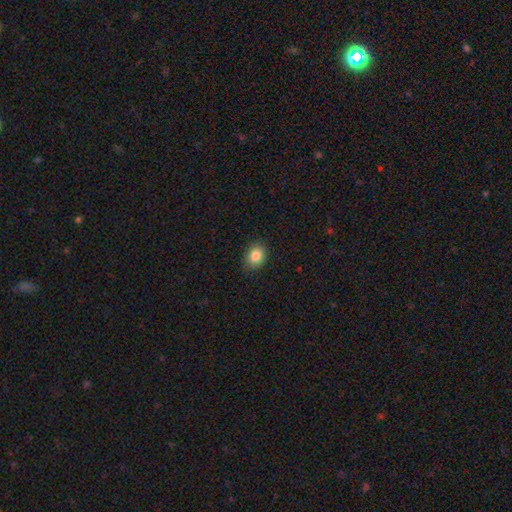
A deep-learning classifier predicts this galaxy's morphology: A smooth galaxy with no disk features (85%) that is in between round and cigar-shaped (61%).

Vote fractions:
- Smooth or featured? smooth: 85% / star or artifact: 9% / featured or disk: 6%
- How rounded? in between: 61% / round: 38% / cigar-shaped: 1%
- Merging? none: 87% / minor disturbance: 10% / major disturbance: 2% / merger: 1%